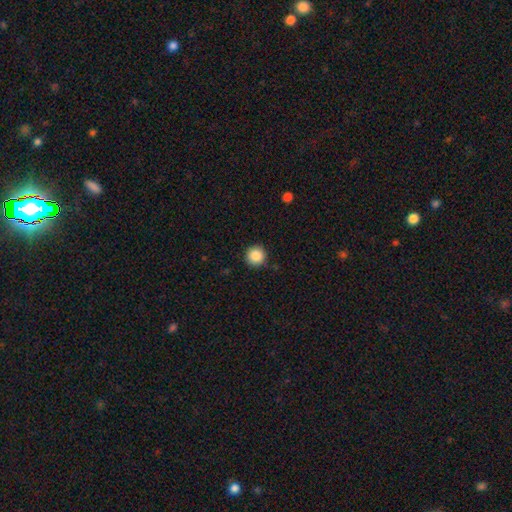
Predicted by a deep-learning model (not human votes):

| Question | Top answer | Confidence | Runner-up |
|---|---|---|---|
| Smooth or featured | smooth | 87% | star or artifact (9%) |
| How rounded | round | 95% | in between (4%) |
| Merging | none | 91% | minor disturbance (6%) |